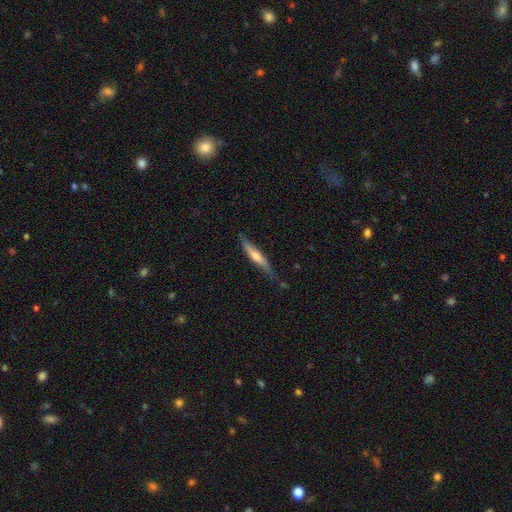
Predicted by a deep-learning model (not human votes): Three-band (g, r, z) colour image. It shows a featured or disk galaxy (59%) viewed edge-on (91%) with a rounded central bulge (72%). Merging: none (74%).